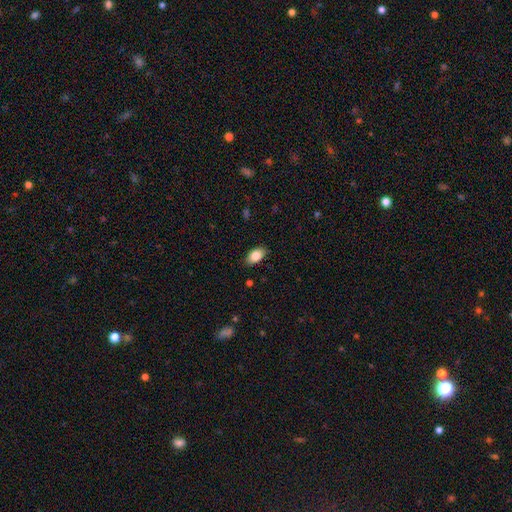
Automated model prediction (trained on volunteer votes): Smooth or featured: smooth — 86% (featured or disk — 7%)
How rounded: in between — 92% (round — 6%)
Merging: none — 85% (minor disturbance — 11%)